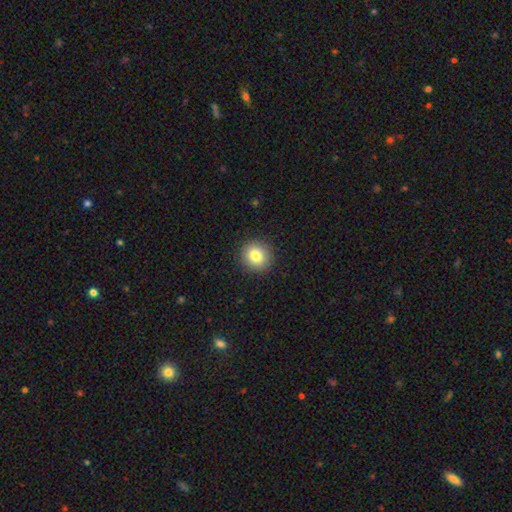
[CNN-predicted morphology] Smooth or featured? smooth (82%)
How rounded? round (88%)
Merging? none (91%)